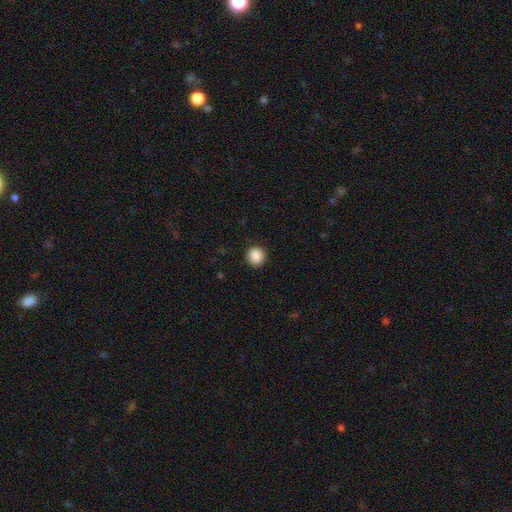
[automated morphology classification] A smooth galaxy with no disk features (88%) that is round (89%). Merging: none (90%).